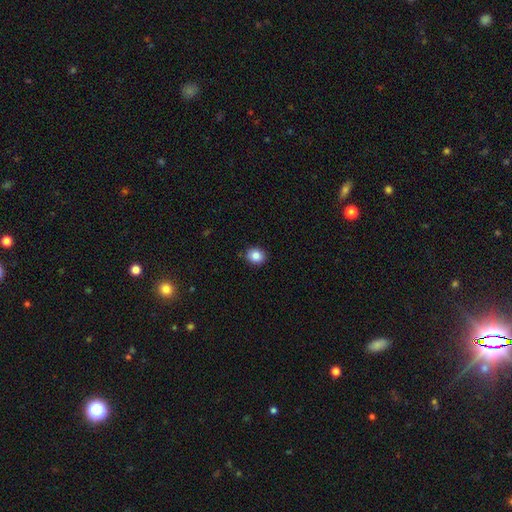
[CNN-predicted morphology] A smooth galaxy with no disk features (84%) that is round (72%).

Vote fractions:
- Smooth or featured? smooth: 84% / star or artifact: 9% / featured or disk: 6%
- How rounded? round: 72% / in between: 27% / cigar-shaped: 1%
- Merging? none: 89% / minor disturbance: 8% / major disturbance: 2% / merger: 1%